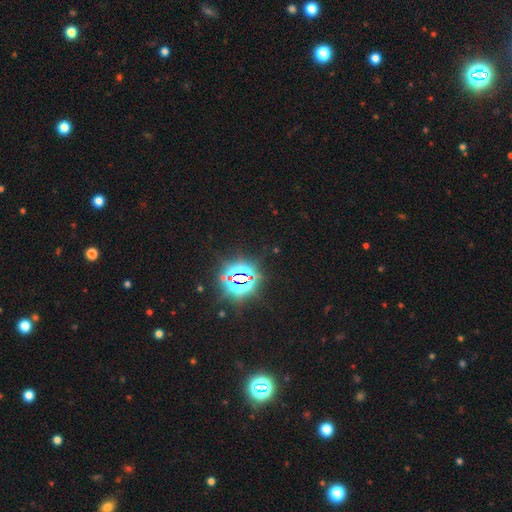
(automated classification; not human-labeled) star or artifact 83%, smooth 11%, featured or disk 6%.